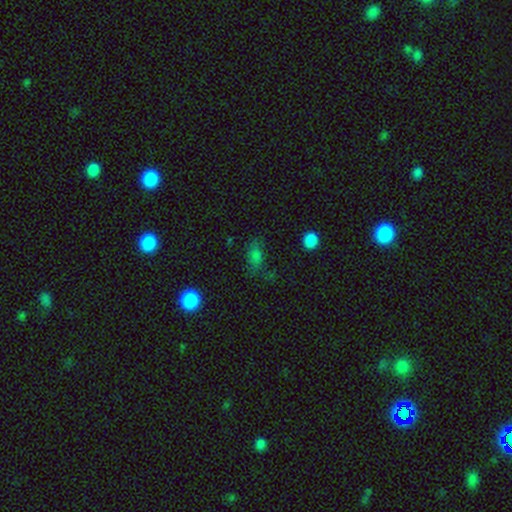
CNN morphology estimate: Smooth or featured?
  - smooth: 72% *
  - star or artifact: 18%
  - featured or disk: 10%
How rounded?
  - in between: 79% *
  - round: 13%
  - cigar-shaped: 8%
Merging?
  - none: 64% *
  - minor disturbance: 22%
  - major disturbance: 10%
  - merger: 4%